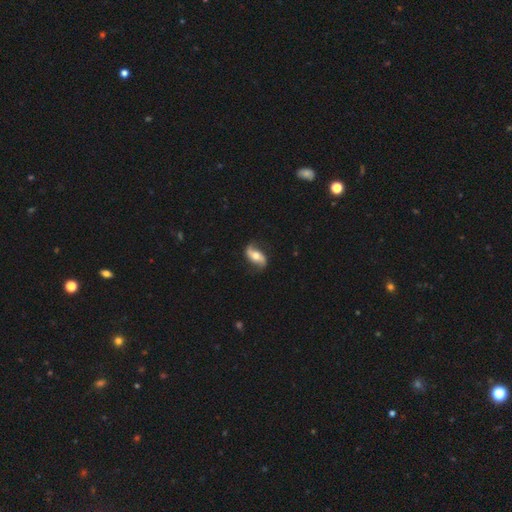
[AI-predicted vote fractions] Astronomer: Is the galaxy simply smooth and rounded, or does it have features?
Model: featured or disk — 75%.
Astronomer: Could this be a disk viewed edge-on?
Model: no — 93%.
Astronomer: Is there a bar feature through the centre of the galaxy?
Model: no — 51% (runner-up: weak, 29%).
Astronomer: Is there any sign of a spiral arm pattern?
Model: yes — 91%.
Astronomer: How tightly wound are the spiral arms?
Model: loose — 76%.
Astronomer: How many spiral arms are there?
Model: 2 — 92%.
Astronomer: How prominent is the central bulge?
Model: moderate — 66%.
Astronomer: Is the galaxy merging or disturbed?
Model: none — 79%.